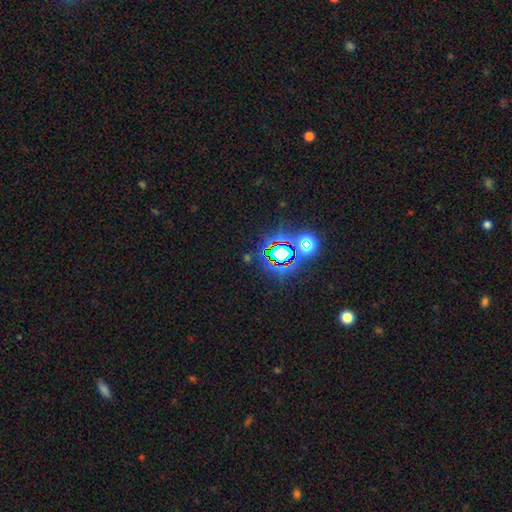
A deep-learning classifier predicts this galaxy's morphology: type=star or artifact (79%).